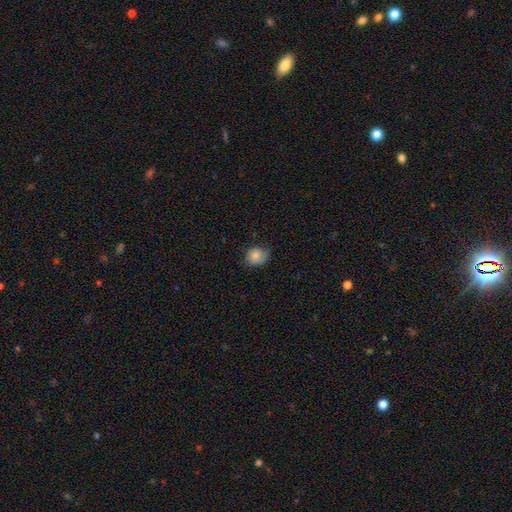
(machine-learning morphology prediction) Q: Smooth or featured?
A: smooth (79%); runner-up: featured or disk (13%)
Q: How rounded?
A: round (56%); runner-up: in between (43%)
Q: Merging?
A: none (65%); runner-up: minor disturbance (27%)